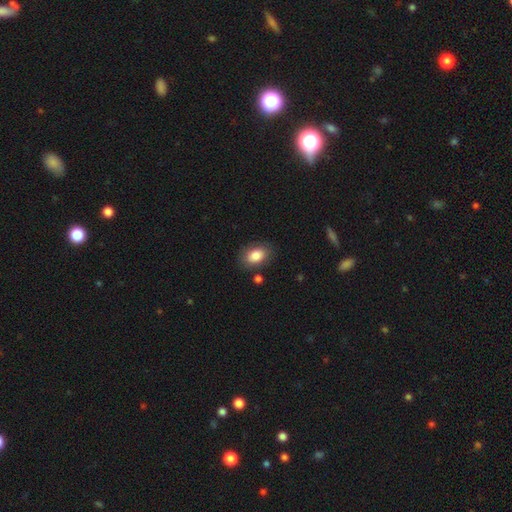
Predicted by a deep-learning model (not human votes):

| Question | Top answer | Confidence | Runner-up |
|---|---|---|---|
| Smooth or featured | smooth | 83% | featured or disk (9%) |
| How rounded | in between | 85% | round (14%) |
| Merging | none | 81% | minor disturbance (12%) |